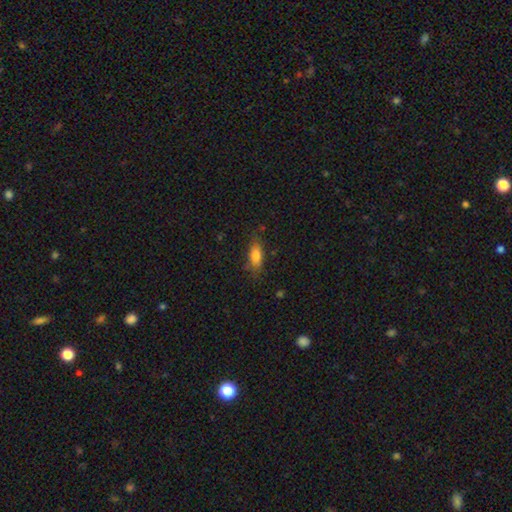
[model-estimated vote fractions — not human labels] The model was most divided on "how rounded": in between: 72%, cigar-shaped: 25%, round: 3%. More confident: smooth or featured — smooth (79%); merging — none (73%).